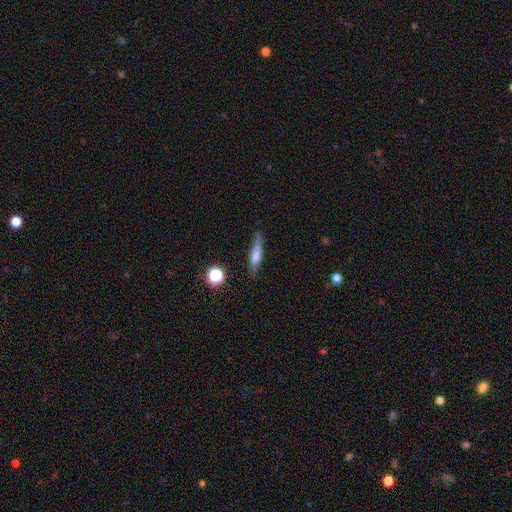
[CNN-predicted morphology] Smooth or featured? smooth (56%)
How rounded? cigar-shaped (80%)
Merging? none (80%)